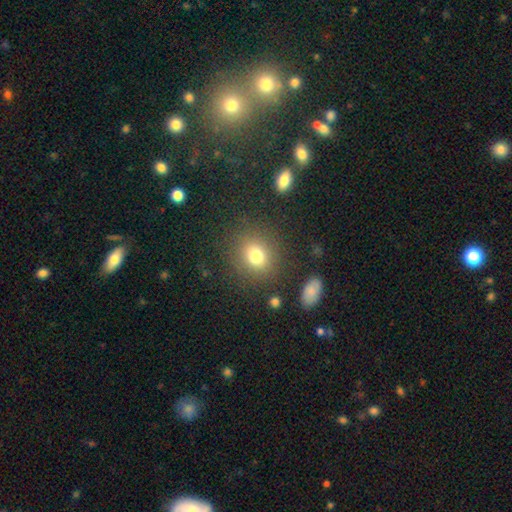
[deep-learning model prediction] smooth 77%, star or artifact 14%, featured or disk 9%. Down the decision tree: how rounded — round (73%); merging — none (83%).